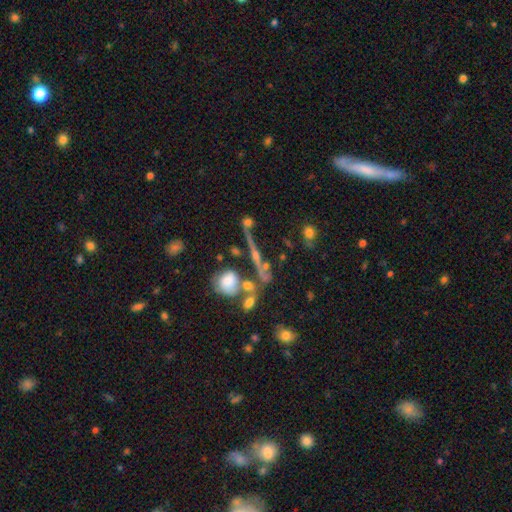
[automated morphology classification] Smooth or featured? star or artifact (53%)